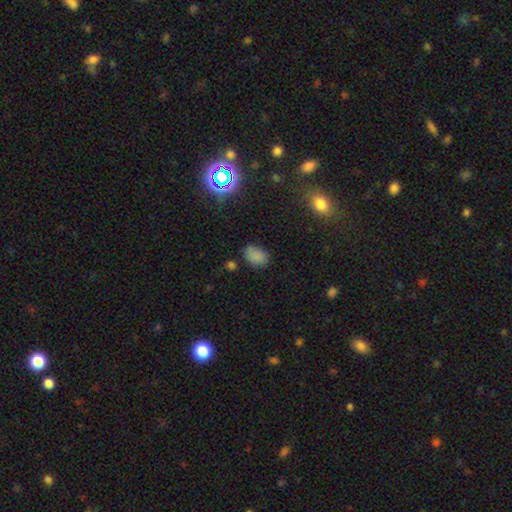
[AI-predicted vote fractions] This appears to be a smooth galaxy with no disk features (78%) that is in between round and cigar-shaped (80%). Merging: none (65%).